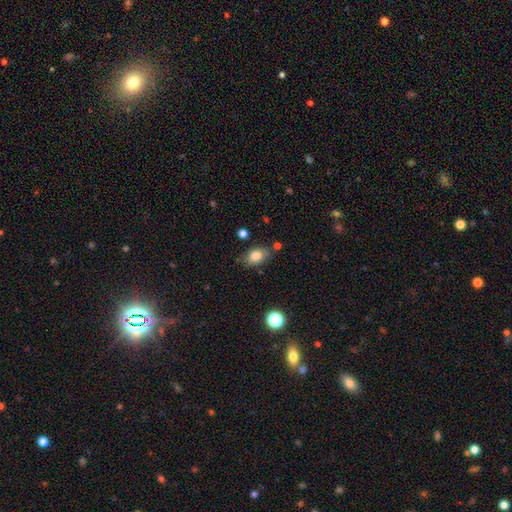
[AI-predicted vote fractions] Morphology: type=smooth (80%); roundness=in between (82%); merging=none (72%).